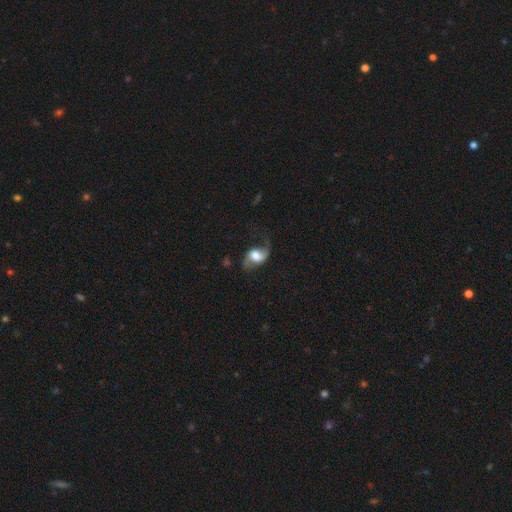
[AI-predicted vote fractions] A featured or disk galaxy (72%) with no bar (49%), 2 (90%) loose (78%) spiral arms (92%) and a large central bulge (48%).

Vote fractions:
- Smooth or featured? featured or disk: 72% / smooth: 21% / star or artifact: 7%
- Edge-on disk? no: 96% / yes: 4%
- Bar? no: 49% / weak: 36% / strong: 15%
- Spiral arms? yes: 92% / no: 8%
- Spiral winding? loose: 78% / medium: 18% / tight: 4%
- Spiral arm count? 2: 90% / 1: 5% / can't tell: 2% / 3: 1% / 4: 1% / more than 4: 1%
- Bulge size? large: 48% / moderate: 27% / dominant: 14% / small: 6% / none: 5%
- Merging? none: 63% / minor disturbance: 19% / major disturbance: 16% / merger: 2%